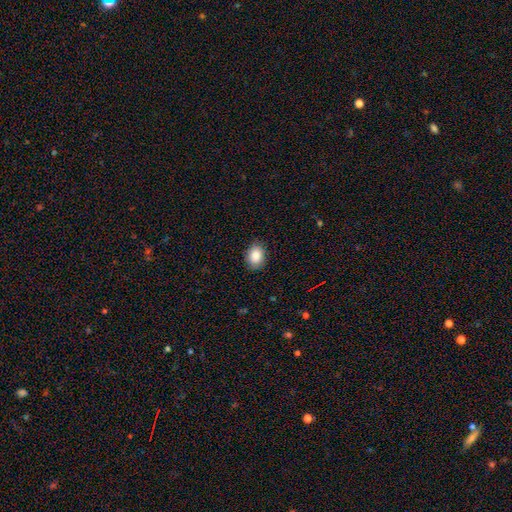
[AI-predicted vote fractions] Q: Smooth or featured?
A: smooth (88%); runner-up: star or artifact (7%)
Q: How rounded?
A: in between (68%); runner-up: round (31%)
Q: Merging?
A: none (85%); runner-up: minor disturbance (11%)